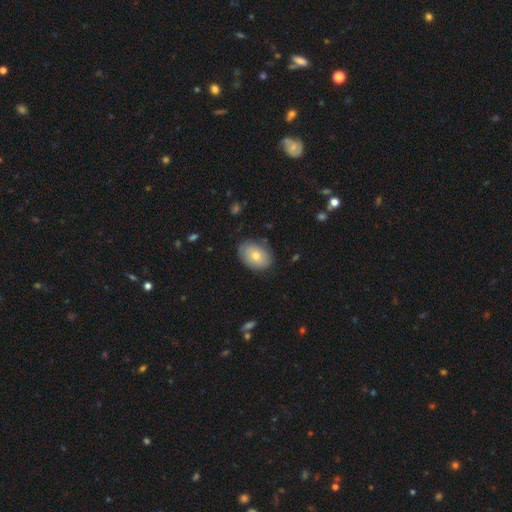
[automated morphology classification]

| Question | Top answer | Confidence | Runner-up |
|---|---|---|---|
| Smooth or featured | smooth | 70% | featured or disk (23%) |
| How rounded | in between | 82% | round (17%) |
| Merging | none | 82% | minor disturbance (14%) |